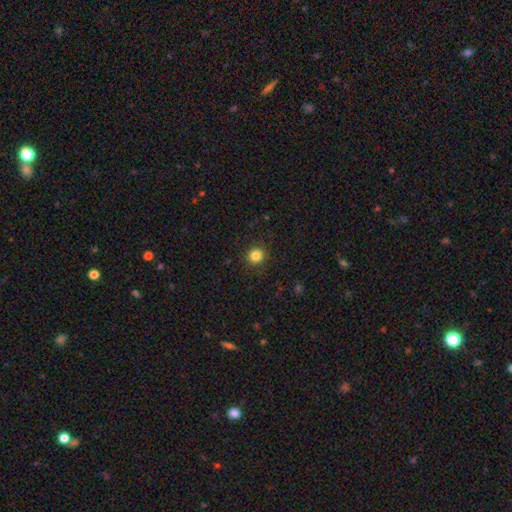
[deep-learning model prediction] Smooth or featured?
  - smooth: 84% *
  - star or artifact: 12%
  - featured or disk: 4%
How rounded?
  - round: 92% *
  - in between: 8%
  - cigar-shaped: 1%
Merging?
  - none: 91% *
  - minor disturbance: 6%
  - major disturbance: 2%
  - merger: 1%